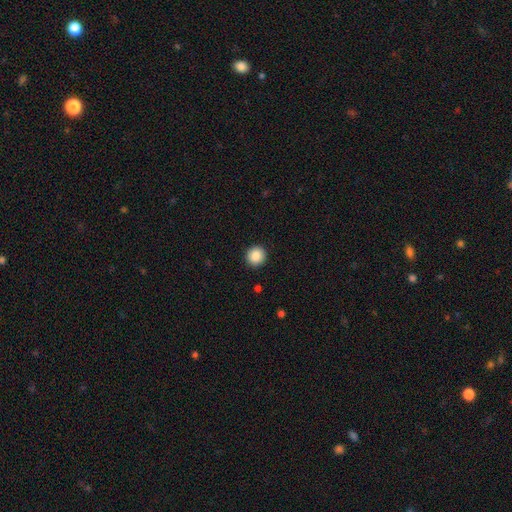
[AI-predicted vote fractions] The model was most divided on "smooth or featured": smooth: 88%, star or artifact: 9%, featured or disk: 3%. More confident: how rounded — round (94%); merging — none (93%).